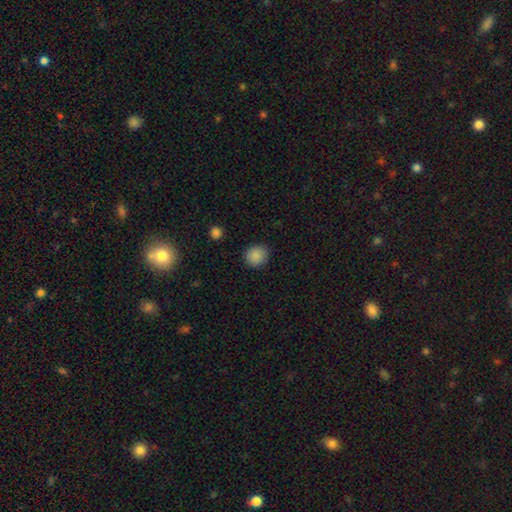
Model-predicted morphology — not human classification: type=smooth (88%); roundness=round (83%); merging=none (87%).